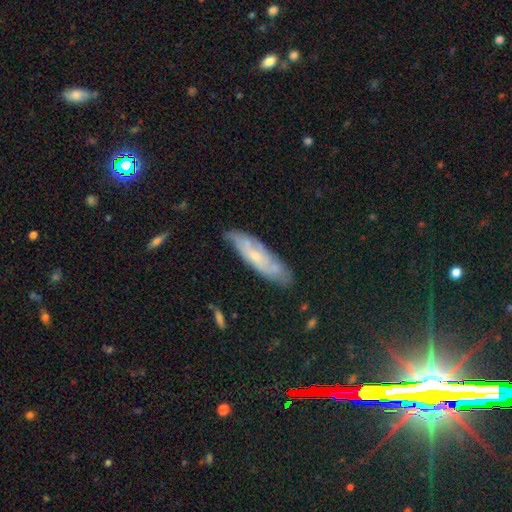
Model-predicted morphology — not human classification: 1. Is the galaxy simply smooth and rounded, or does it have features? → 53% featured or disk, 38% smooth, 9% star or artifact.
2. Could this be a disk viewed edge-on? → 66% no, 34% yes.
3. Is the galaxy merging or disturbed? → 74% none, 20% minor disturbance, 4% major disturbance, 2% merger.